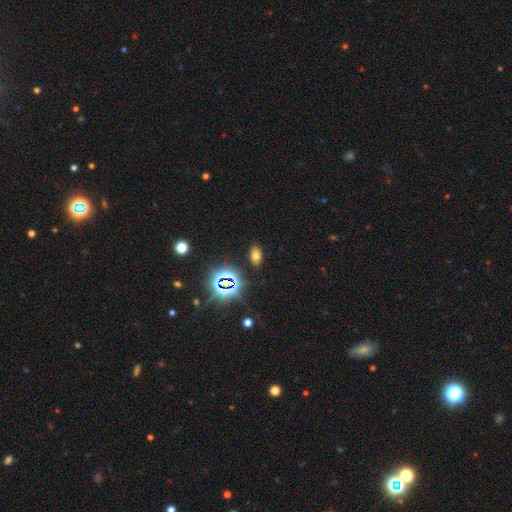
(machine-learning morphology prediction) The model was most divided on "smooth or featured": smooth: 61%, star or artifact: 29%, featured or disk: 9%. More confident: merging — none (88%); how rounded — in between (88%).